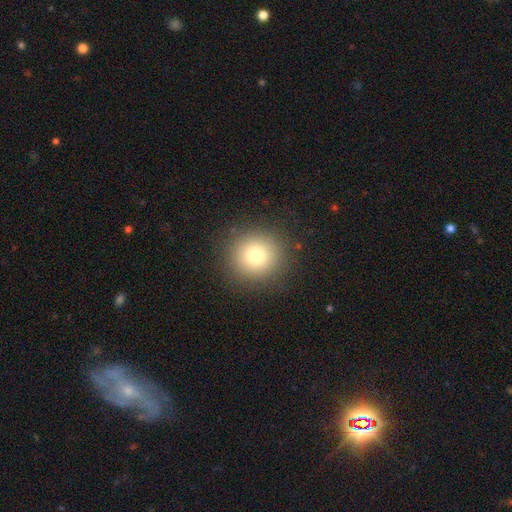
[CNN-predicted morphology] A smooth galaxy with no disk features (78%) that is round (93%).

Vote fractions:
- Smooth or featured? smooth: 78% / star or artifact: 13% / featured or disk: 9%
- How rounded? round: 93% / in between: 6% / cigar-shaped: 1%
- Merging? none: 90% / minor disturbance: 6% / major disturbance: 3% / merger: 1%